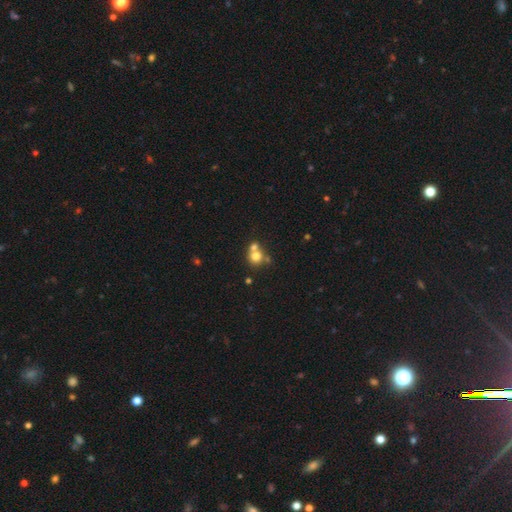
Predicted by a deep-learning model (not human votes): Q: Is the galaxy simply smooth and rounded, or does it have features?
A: smooth — 72%.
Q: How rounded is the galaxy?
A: round — 84%.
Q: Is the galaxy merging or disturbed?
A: merger — 50%.